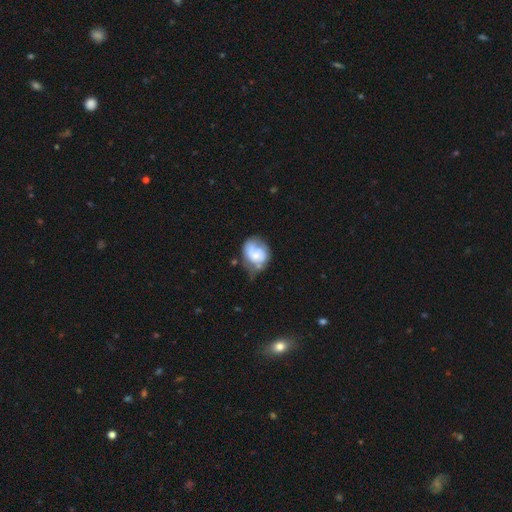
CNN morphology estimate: smooth-or-featured: smooth: 49% | featured or disk: 43% | star or artifact: 8%
  merging: minor disturbance: 35% | none: 33% | major disturbance: 22% | merger: 10%